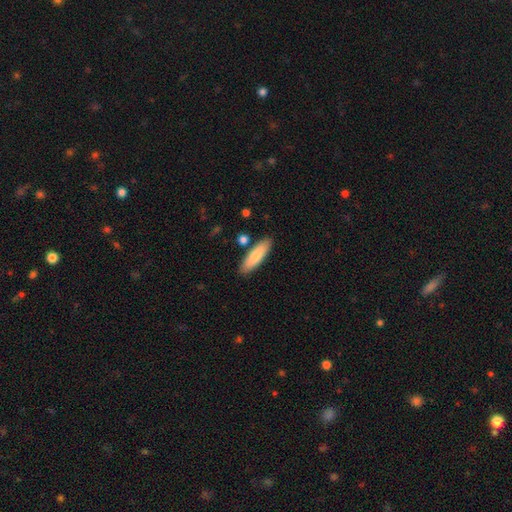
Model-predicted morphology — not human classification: The model was most divided on "how rounded": cigar-shaped: 58%, in between: 41%, round: 2%. More confident: merging — none (85%); smooth or featured — smooth (81%).